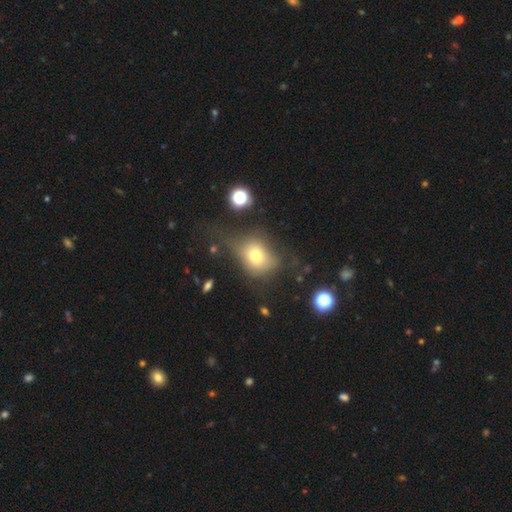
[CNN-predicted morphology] Smooth or featured? smooth (68%)
How rounded? in between (52%)
Merging? none (43%)